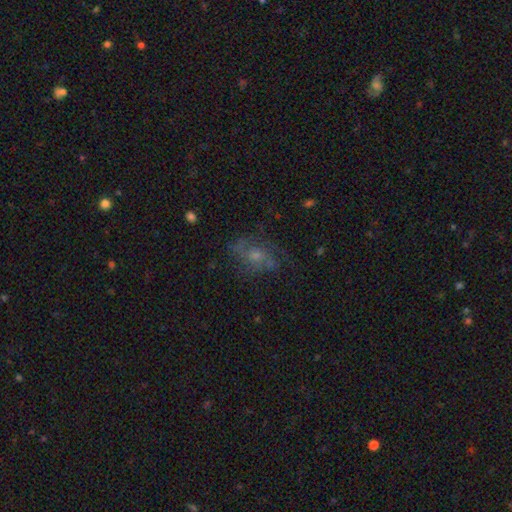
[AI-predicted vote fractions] Overall: featured or disk (58%; smooth 26%). Edge-on disk: no (95%). Bar: no (73%). Spiral arms: yes (79%). Bulge size: small (47%; moderate 42%). Merging: none (63%).